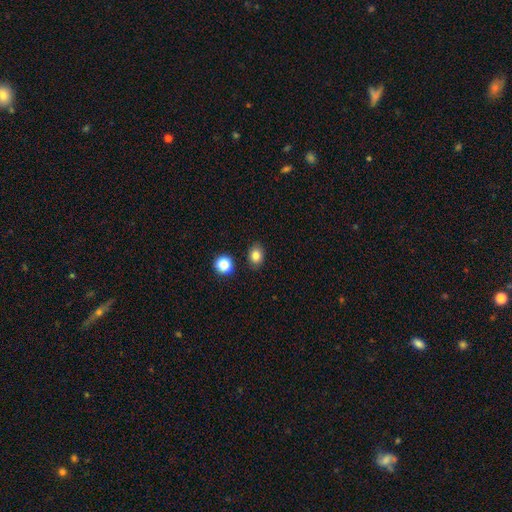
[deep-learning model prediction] Smooth or featured? smooth (81%)
How rounded? in between (64%)
Merging? none (86%)